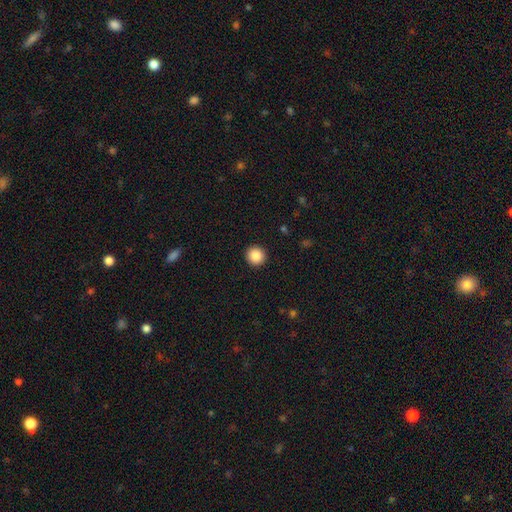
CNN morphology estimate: This appears to be a smooth galaxy with no disk features (87%) that is round (94%). Merging: none (93%).